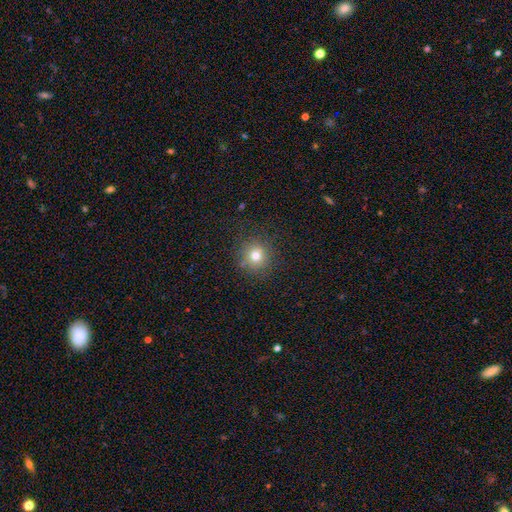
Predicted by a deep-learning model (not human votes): Smooth or featured? smooth (75%)
How rounded? round (91%)
Merging? none (84%)